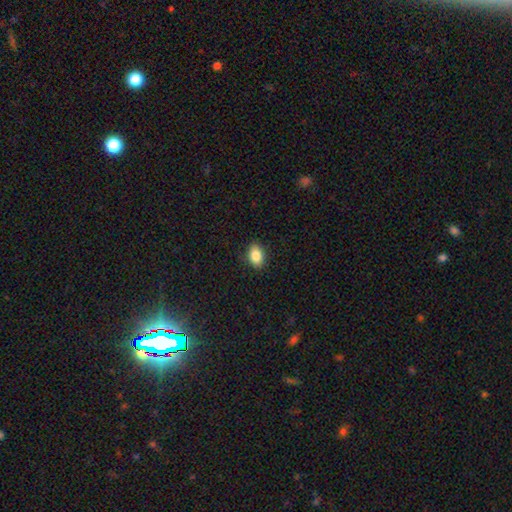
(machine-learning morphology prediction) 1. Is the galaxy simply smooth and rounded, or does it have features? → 85% smooth, 8% star or artifact, 7% featured or disk.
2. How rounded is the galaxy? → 85% in between, 14% round, 2% cigar-shaped.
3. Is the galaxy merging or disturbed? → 88% none, 9% minor disturbance, 2% major disturbance, 1% merger.